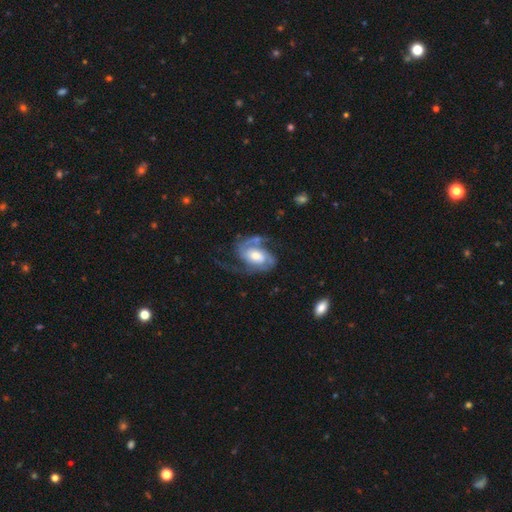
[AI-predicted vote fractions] Smooth or featured?
  - featured or disk: 86% *
  - smooth: 9%
  - star or artifact: 5%
Edge-on disk?
  - no: 97% *
  - yes: 3%
Bar?
  - no: 53% *
  - weak: 35%
  - strong: 12%
Spiral arms?
  - yes: 96% *
  - no: 4%
Spiral winding?
  - medium: 48% *
  - tight: 32%
  - loose: 21%
Spiral arm count?
  - 2: 79% *
  - can't tell: 6%
  - 3: 6%
  - 1: 5%
  - 4: 2%
  - more than 4: 2%
Bulge size?
  - moderate: 56% *
  - large: 22%
  - small: 17%
  - none: 3%
  - dominant: 2%
Merging?
  - none: 53% *
  - major disturbance: 24%
  - minor disturbance: 20%
  - merger: 4%